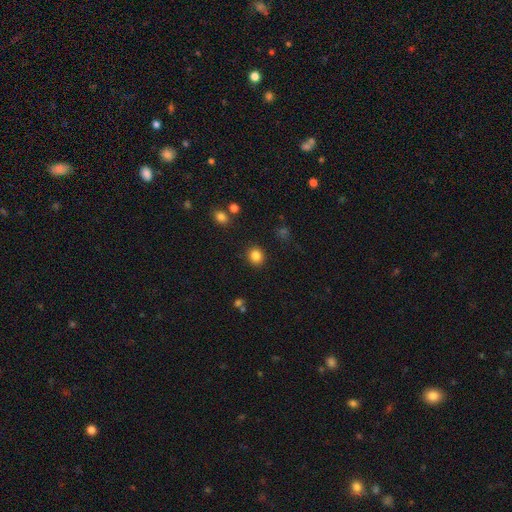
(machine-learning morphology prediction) Q: Smooth or featured?
A: smooth (84%); runner-up: star or artifact (11%)
Q: How rounded?
A: round (79%); runner-up: in between (20%)
Q: Merging?
A: none (89%); runner-up: minor disturbance (7%)